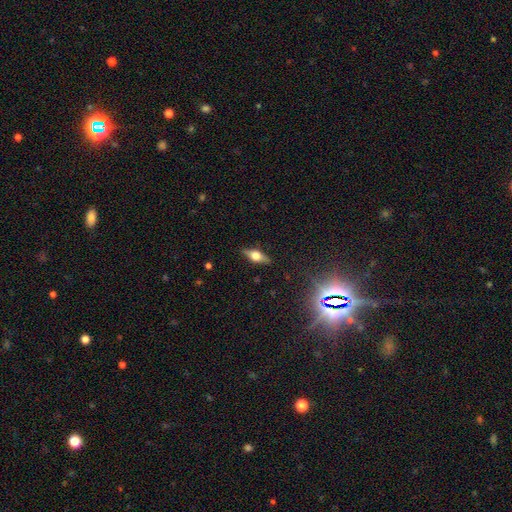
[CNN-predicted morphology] A featured or disk galaxy (55%) viewed edge-on (92%) with a rounded central bulge (92%). Merging: none (86%).